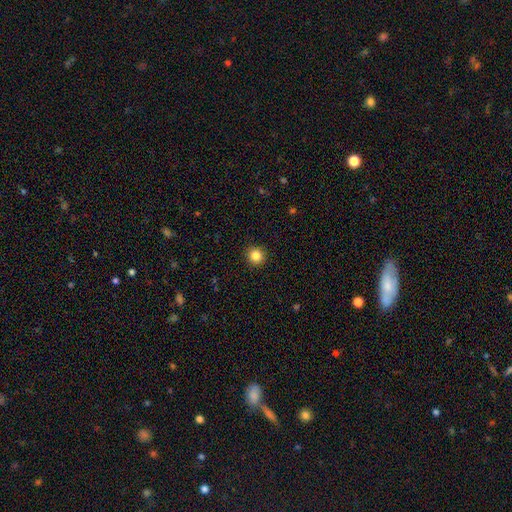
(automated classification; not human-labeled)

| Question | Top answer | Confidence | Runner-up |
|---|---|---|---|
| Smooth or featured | smooth | 84% | star or artifact (12%) |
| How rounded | round | 94% | in between (5%) |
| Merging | none | 93% | minor disturbance (4%) |